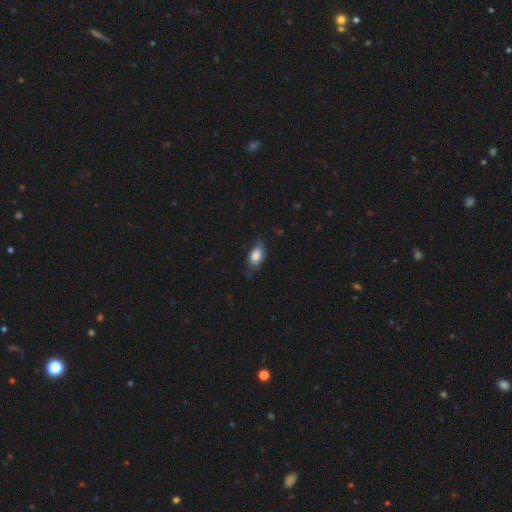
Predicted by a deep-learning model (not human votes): A smooth galaxy with no disk features (81%) that is in between round and cigar-shaped (86%).

Vote fractions:
- Smooth or featured? smooth: 81% / featured or disk: 12% / star or artifact: 7%
- How rounded? in between: 86% / round: 9% / cigar-shaped: 4%
- Merging? none: 63% / minor disturbance: 28% / major disturbance: 7% / merger: 1%